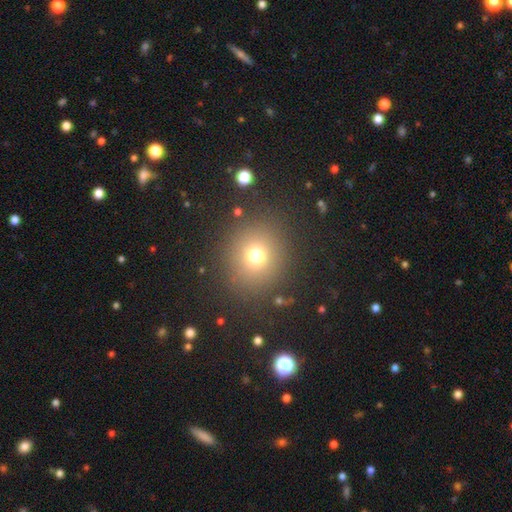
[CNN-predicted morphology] A smooth galaxy with no disk features (72%) that is round (89%).

Vote fractions:
- Smooth or featured? smooth: 72% / star or artifact: 19% / featured or disk: 9%
- How rounded? round: 89% / in between: 10% / cigar-shaped: 1%
- Merging? none: 86% / minor disturbance: 7% / major disturbance: 4% / merger: 2%